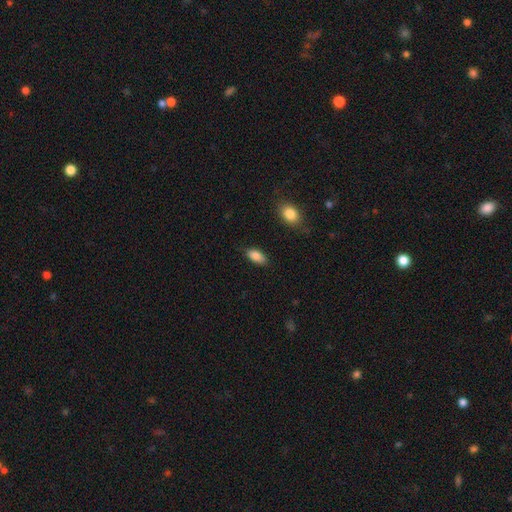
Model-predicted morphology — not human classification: Smooth or featured? Predicted: smooth (p=0.86). How rounded? Predicted: in between (p=0.91). Merging? Predicted: none (p=0.84).